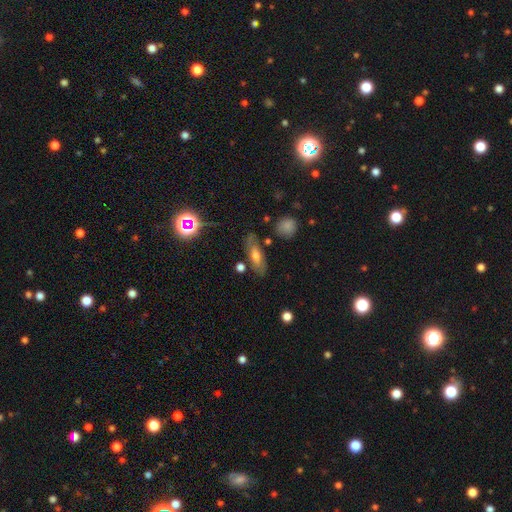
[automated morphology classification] smooth-or-featured: smooth: 49% | featured or disk: 40% | star or artifact: 11%
  merging: none: 74% | minor disturbance: 16% | major disturbance: 5% | merger: 4%